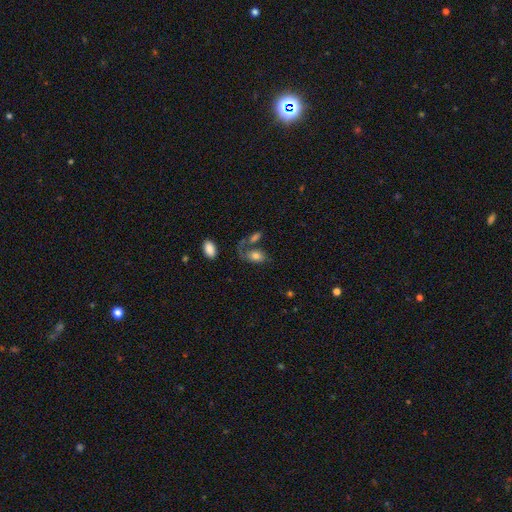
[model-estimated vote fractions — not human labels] Morphology: type=smooth (64%); roundness=in between (87%); merging=none (31%).